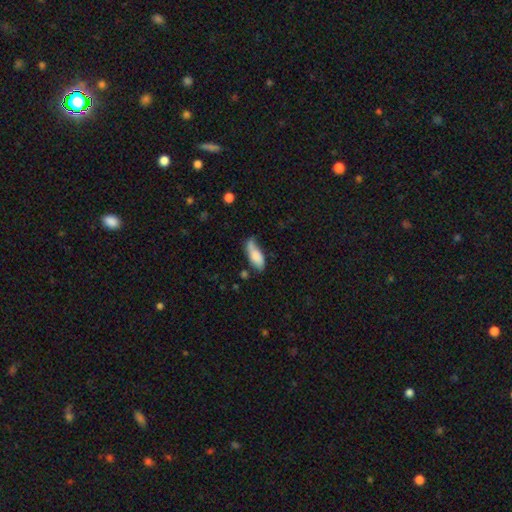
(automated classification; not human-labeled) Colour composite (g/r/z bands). It shows a smooth galaxy with no disk features (76%) that is in between round and cigar-shaped (74%). Merging: none (43%).